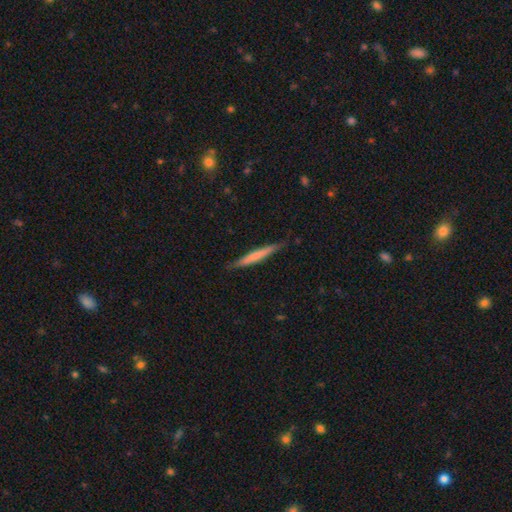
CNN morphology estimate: Overall: smooth (56%; featured or disk 38%). How rounded: cigar-shaped (96%). Merging: none (87%).